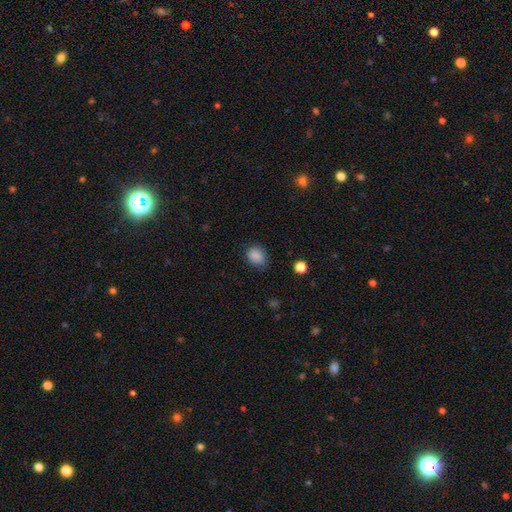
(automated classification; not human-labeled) smooth 87%, star or artifact 10%, featured or disk 4%. Down the decision tree: how rounded — in between (53%); merging — none (76%).